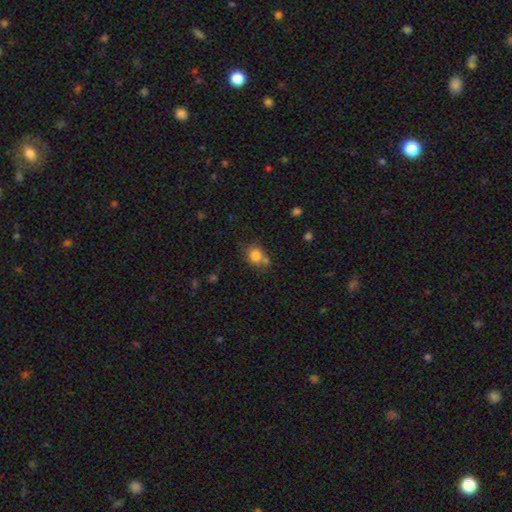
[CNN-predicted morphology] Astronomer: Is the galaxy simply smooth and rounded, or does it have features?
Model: smooth — 81%.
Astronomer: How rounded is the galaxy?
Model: round — 68%.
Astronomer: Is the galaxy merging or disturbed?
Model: none — 57%.